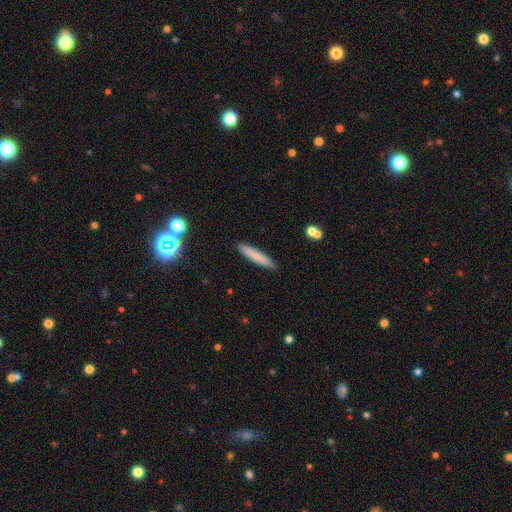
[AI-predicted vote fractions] The model was most divided on "smooth or featured": smooth: 78%, featured or disk: 14%, star or artifact: 8%. More confident: how rounded — cigar-shaped (90%); merging — none (90%).